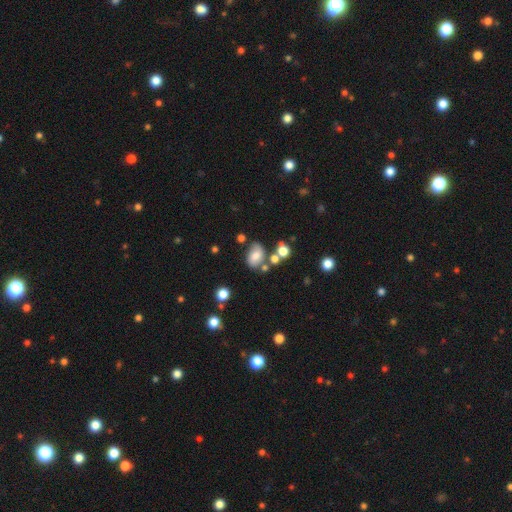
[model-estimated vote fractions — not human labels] Morphology: type=smooth (62%); roundness=in between (76%); merging=none (56%).